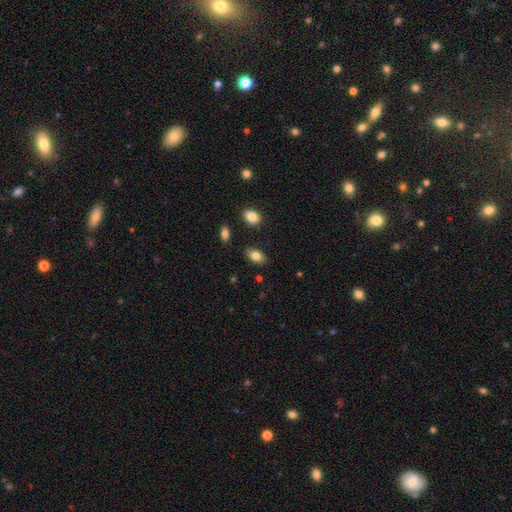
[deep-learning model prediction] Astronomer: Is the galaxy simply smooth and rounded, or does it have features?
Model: smooth — 82%.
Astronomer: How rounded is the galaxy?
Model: in between — 90%.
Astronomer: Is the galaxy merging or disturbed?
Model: none — 85%.